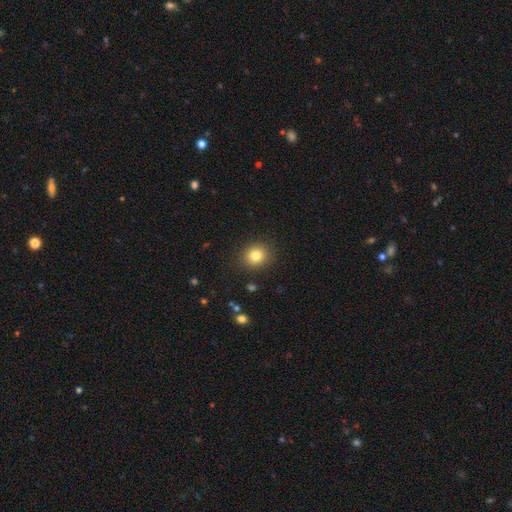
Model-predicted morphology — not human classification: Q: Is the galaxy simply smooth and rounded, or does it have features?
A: smooth — 81%.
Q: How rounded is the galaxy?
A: round — 84%.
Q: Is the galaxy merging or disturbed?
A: none — 90%.